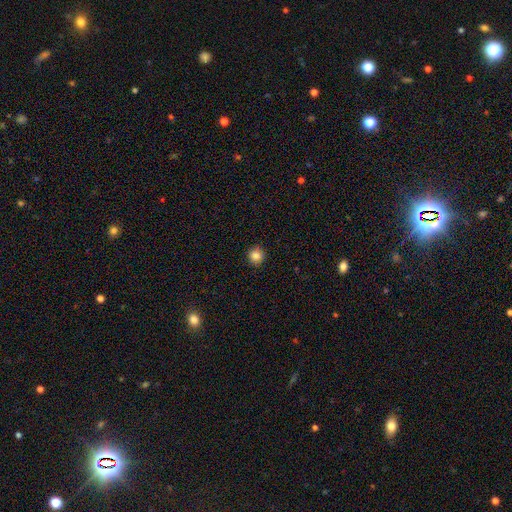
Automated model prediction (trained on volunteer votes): Smooth or featured?
  - smooth: 84% *
  - star or artifact: 11%
  - featured or disk: 5%
How rounded?
  - round: 92% *
  - in between: 7%
  - cigar-shaped: 1%
Merging?
  - none: 91% *
  - minor disturbance: 6%
  - major disturbance: 2%
  - merger: 1%